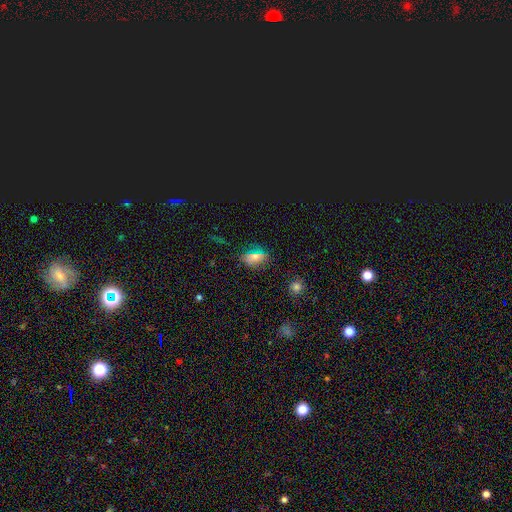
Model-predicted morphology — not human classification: Smooth or featured? Predicted: smooth (p=0.56). How rounded? Predicted: in between (p=0.69). Merging? Predicted: none (p=0.78).